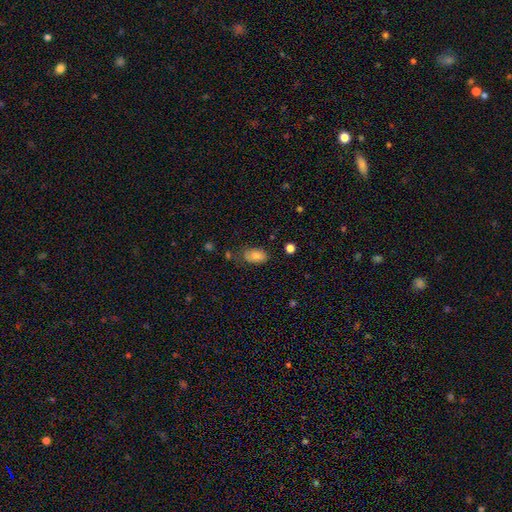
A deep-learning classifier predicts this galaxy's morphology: Overall: smooth (82%). How rounded: in between (91%). Merging: none (68%).